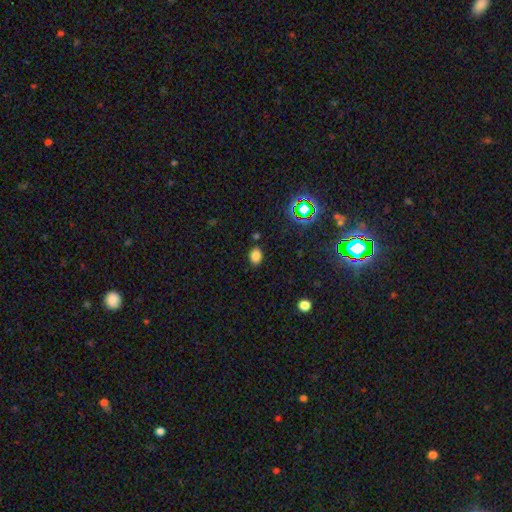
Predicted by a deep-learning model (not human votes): Smooth or featured? smooth (79%)
How rounded? in between (74%)
Merging? none (84%)